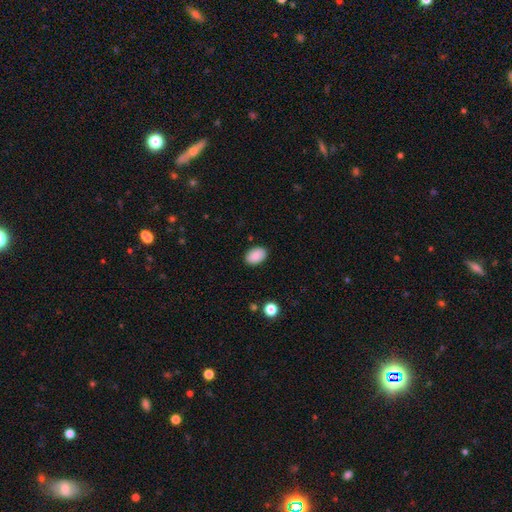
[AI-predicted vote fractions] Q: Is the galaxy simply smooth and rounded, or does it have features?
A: smooth — 88%.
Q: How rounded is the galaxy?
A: in between — 88%.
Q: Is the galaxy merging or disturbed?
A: none — 87%.